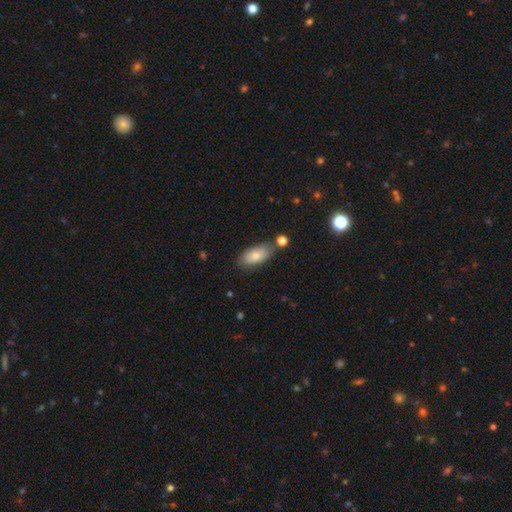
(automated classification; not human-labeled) This is likely a smooth galaxy (75%). How rounded: clearly in between (88%). Merging: likely none (71%).